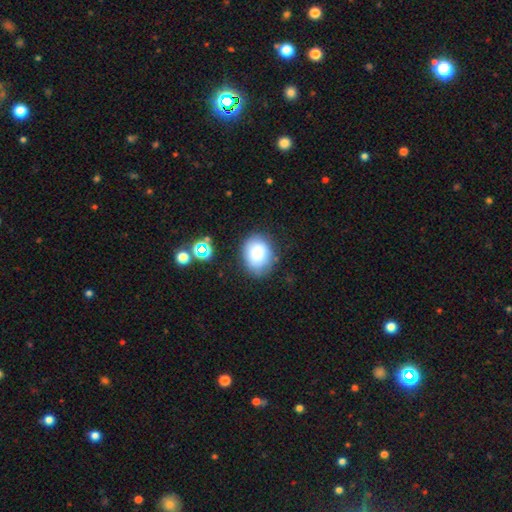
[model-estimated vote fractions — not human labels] smooth 78%, featured or disk 11%, star or artifact 11%. Down the decision tree: how rounded — round (50%); merging — none (76%).